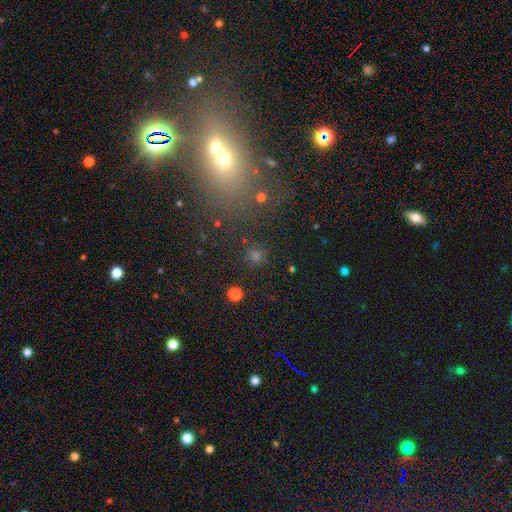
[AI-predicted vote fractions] smooth-or-featured: smooth: 66% | star or artifact: 27% | featured or disk: 7%
  how-rounded: round: 92% | in between: 7% | cigar-shaped: 1%
  merging: none: 87% | minor disturbance: 7% | merger: 3% | major disturbance: 3%